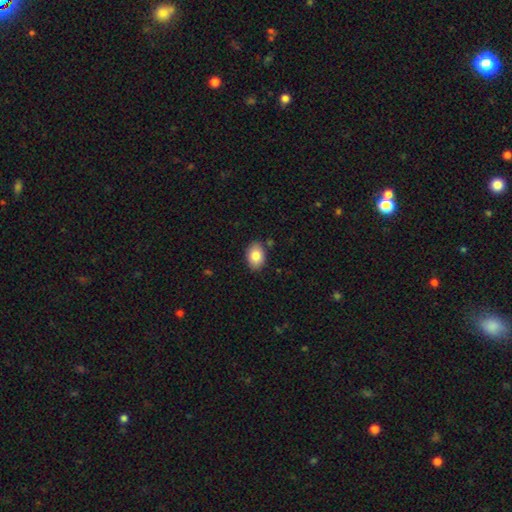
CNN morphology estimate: Smooth or featured? smooth (83%)
How rounded? in between (79%)
Merging? none (84%)